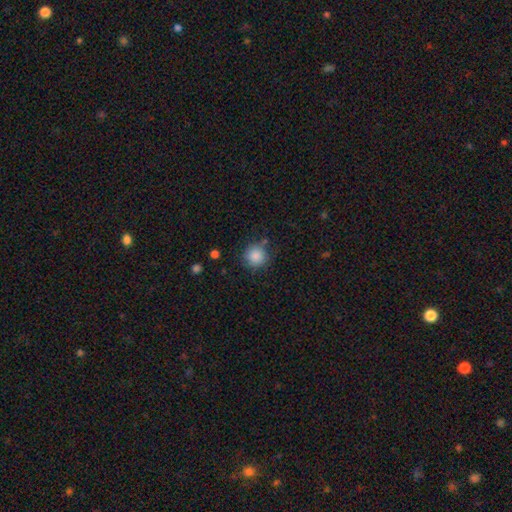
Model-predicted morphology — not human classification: Smooth or featured?
  - smooth: 87% *
  - star or artifact: 9%
  - featured or disk: 4%
How rounded?
  - round: 92% *
  - in between: 7%
  - cigar-shaped: 1%
Merging?
  - none: 79% *
  - minor disturbance: 13%
  - merger: 4%
  - major disturbance: 4%